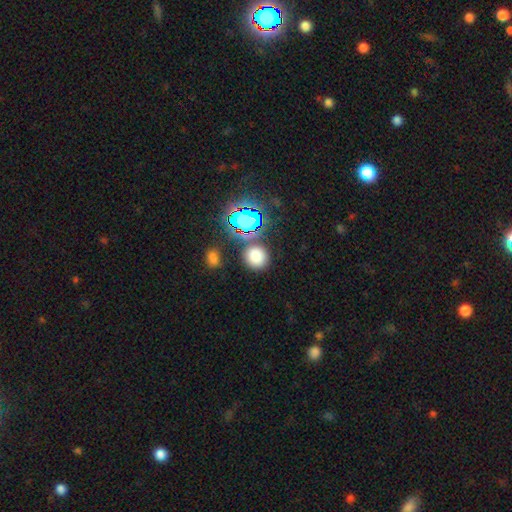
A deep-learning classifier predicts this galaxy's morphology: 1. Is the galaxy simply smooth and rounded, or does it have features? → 71% smooth, 23% star or artifact, 6% featured or disk.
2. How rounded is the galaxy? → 86% round, 13% in between, 1% cigar-shaped.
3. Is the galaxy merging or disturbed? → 81% none, 9% minor disturbance, 7% merger, 3% major disturbance.